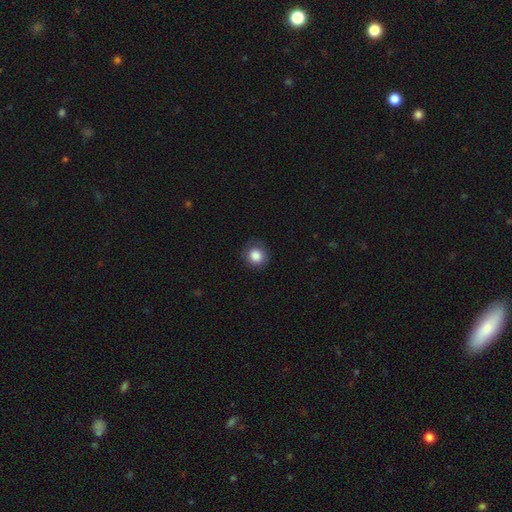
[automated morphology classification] Smooth or featured: smooth — 86% (star or artifact — 9%)
How rounded: round — 90% (in between — 9%)
Merging: none — 86% (minor disturbance — 10%)